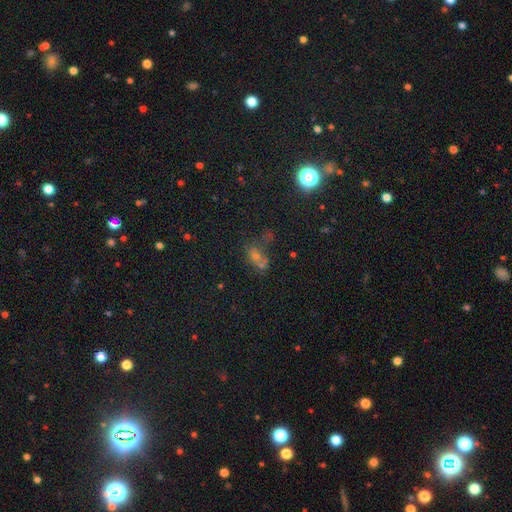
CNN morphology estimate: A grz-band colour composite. It shows a smooth galaxy with no disk features (42%). Merging: merger (37%, tied with none).